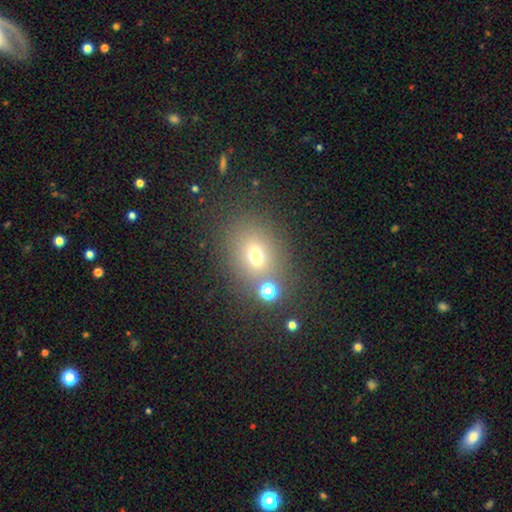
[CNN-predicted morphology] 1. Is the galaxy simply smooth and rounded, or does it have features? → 66% smooth, 20% star or artifact, 13% featured or disk.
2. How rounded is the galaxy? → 53% round, 46% in between, 1% cigar-shaped.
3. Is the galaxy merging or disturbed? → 71% none, 12% minor disturbance, 11% merger, 6% major disturbance.